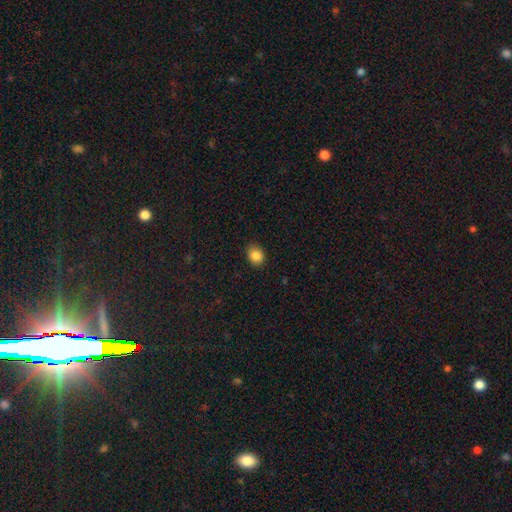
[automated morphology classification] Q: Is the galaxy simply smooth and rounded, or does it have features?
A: smooth — 86%.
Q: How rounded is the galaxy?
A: round — 53%.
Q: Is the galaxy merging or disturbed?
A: none — 85%.